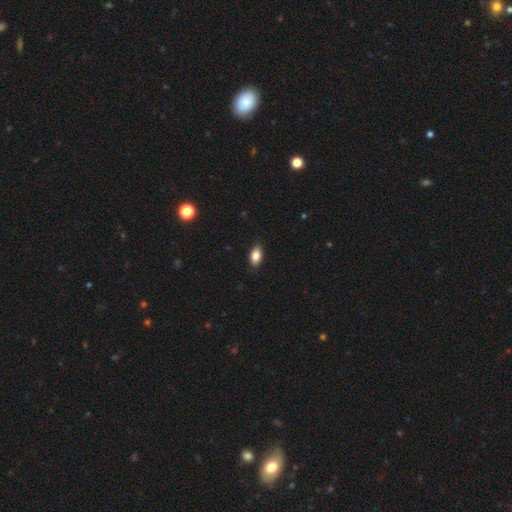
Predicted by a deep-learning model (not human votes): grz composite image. It shows a smooth galaxy with no disk features (85%) that is in between round and cigar-shaped (90%). Merging: none (87%).